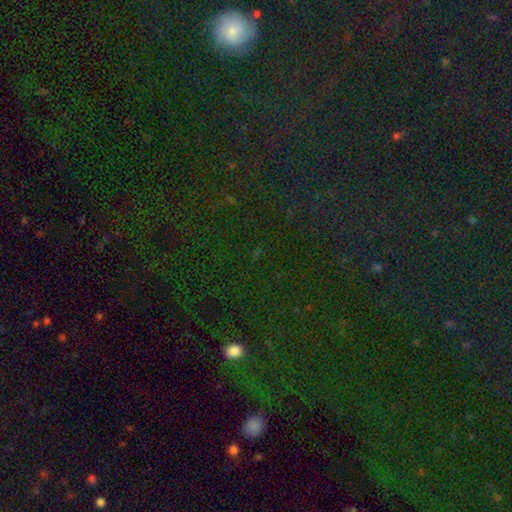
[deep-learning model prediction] Smooth or featured? star or artifact (77%)